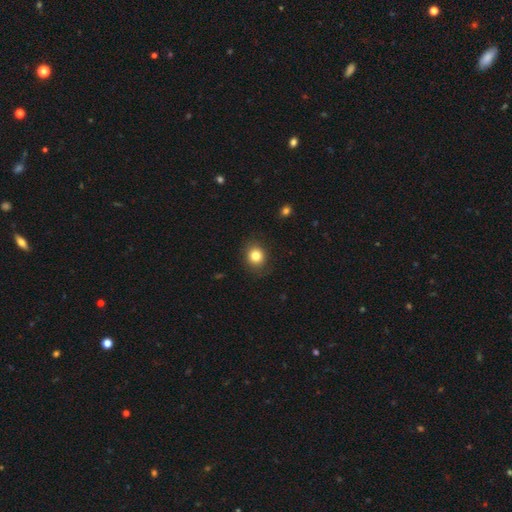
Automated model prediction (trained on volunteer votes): Smooth or featured? smooth (82%)
How rounded? round (74%)
Merging? none (87%)